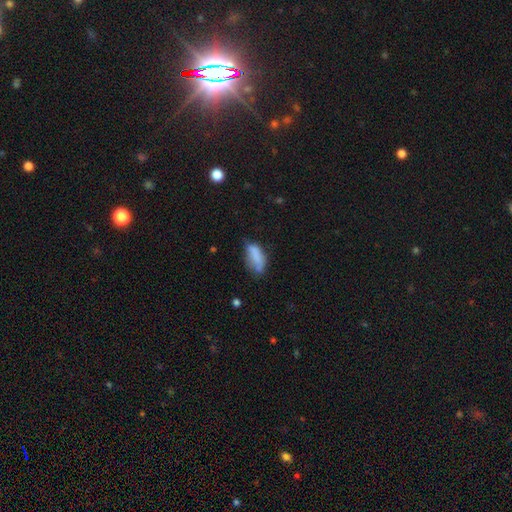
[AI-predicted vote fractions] Overall: smooth (73%). How rounded: in between (85%). Merging: none (37%; minor disturbance 36%).